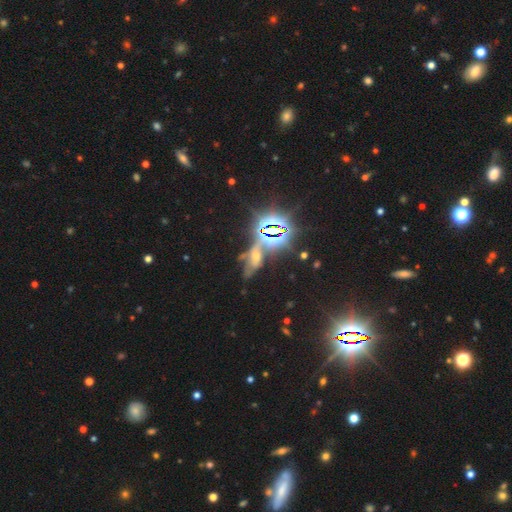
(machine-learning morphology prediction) The model was most divided on "smooth or featured": star or artifact: 64%, featured or disk: 21%, smooth: 15%.